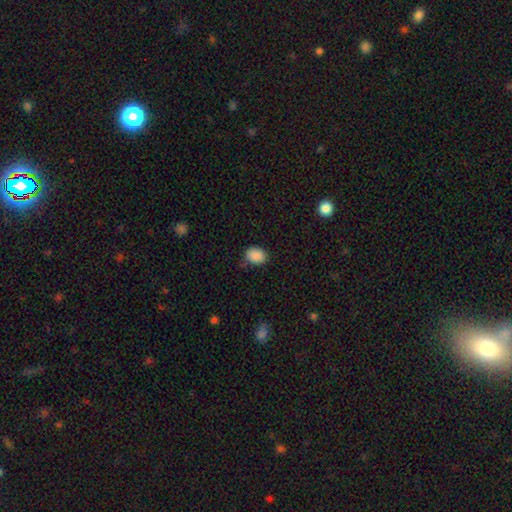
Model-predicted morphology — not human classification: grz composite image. It shows a smooth galaxy with no disk features (88%) that is in between round and cigar-shaped (65%). Merging: none (78%).